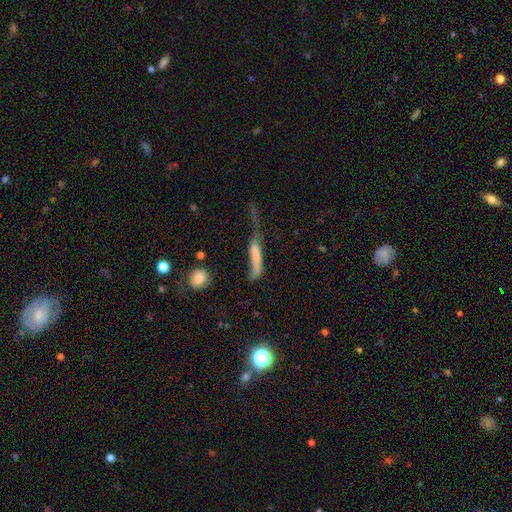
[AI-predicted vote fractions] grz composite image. It shows a smooth galaxy with no disk features (61%) that is cigar-shaped (81%). Merging: major disturbance (48%).